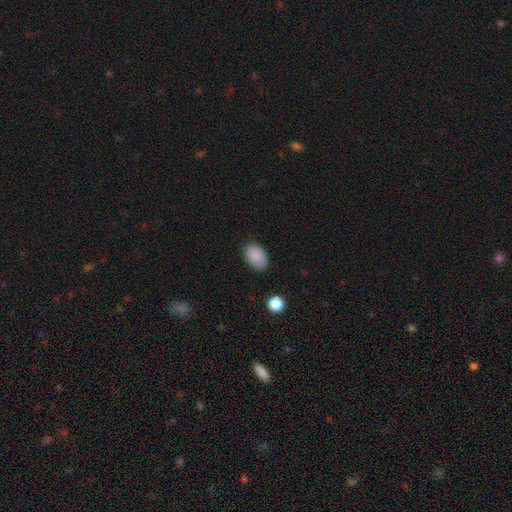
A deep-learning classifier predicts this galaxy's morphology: A smooth galaxy with no disk features (89%) that is in between round and cigar-shaped (87%). Merging: none (84%).